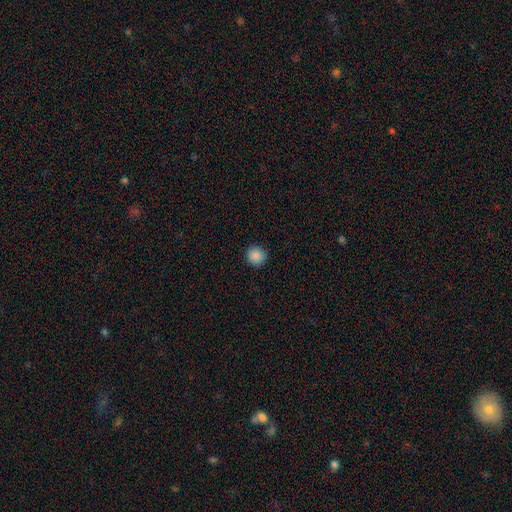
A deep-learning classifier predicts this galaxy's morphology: smooth-or-featured: smooth: 87% | star or artifact: 10% | featured or disk: 3%
  how-rounded: round: 91% | in between: 8% | cigar-shaped: 1%
  merging: none: 90% | minor disturbance: 7% | major disturbance: 2% | merger: 1%